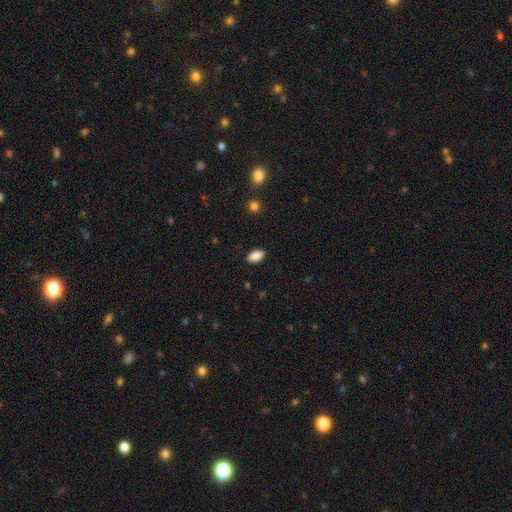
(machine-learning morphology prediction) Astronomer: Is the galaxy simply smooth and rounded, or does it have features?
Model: smooth — 88%.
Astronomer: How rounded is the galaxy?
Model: in between — 93%.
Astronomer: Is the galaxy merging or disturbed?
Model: none — 88%.